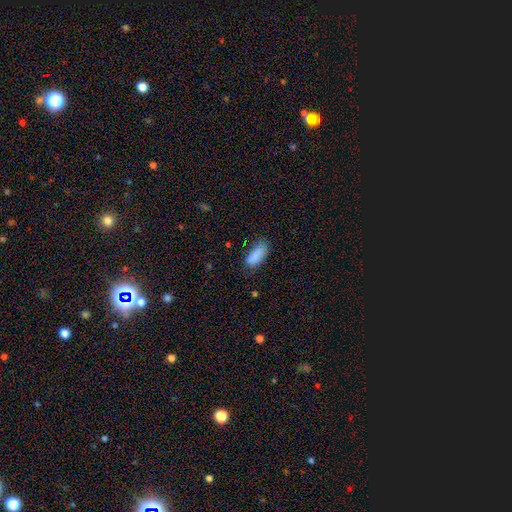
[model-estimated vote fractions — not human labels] This is clearly a smooth galaxy (85%). How rounded: clearly in between (91%). Merging: likely none (63%).